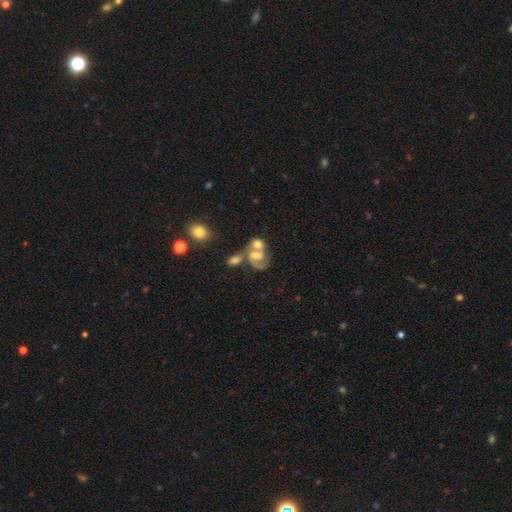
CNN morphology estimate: Q: Smooth or featured?
A: featured or disk (72%); runner-up: smooth (20%)
Q: Edge-on disk?
A: no (97%); runner-up: yes (3%)
Q: Bar?
A: no (45%); runner-up: weak (39%)
Q: Spiral arms?
A: yes (86%); runner-up: no (14%)
Q: Spiral winding?
A: medium (50%); runner-up: loose (28%)
Q: Spiral arm count?
A: 2 (72%); runner-up: 1 (17%)
Q: Bulge size?
A: moderate (45%); runner-up: small (30%)
Q: Merging?
A: merger (60%); runner-up: none (21%)